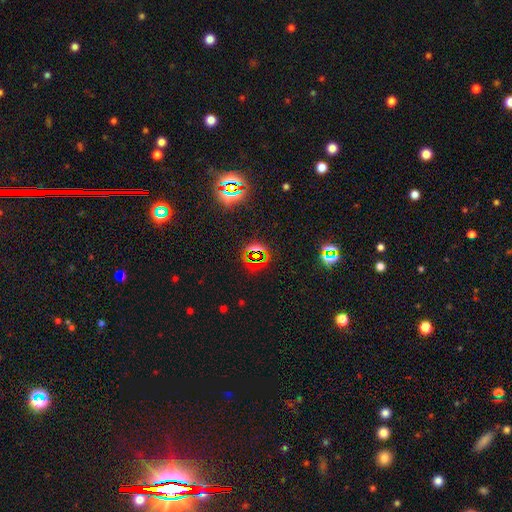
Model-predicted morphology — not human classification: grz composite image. It shows a star or artifact, not a galaxy (68%).